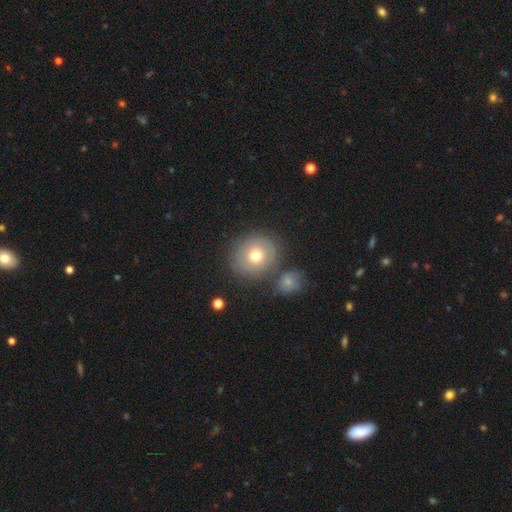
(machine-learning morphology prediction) Q: Smooth or featured?
A: smooth (65%); runner-up: featured or disk (26%)
Q: How rounded?
A: round (85%); runner-up: in between (14%)
Q: Merging?
A: none (67%); runner-up: merger (16%)